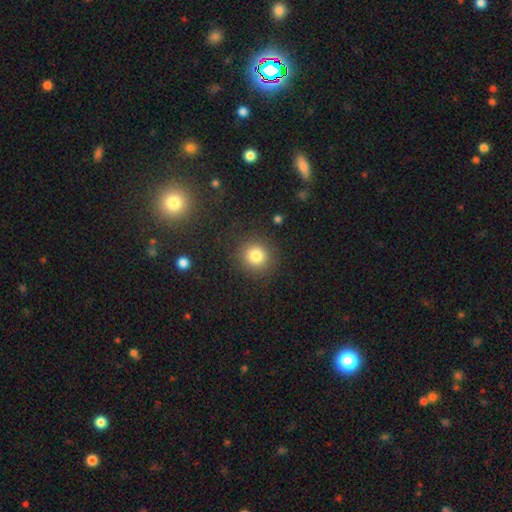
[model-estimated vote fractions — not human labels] A smooth galaxy with no disk features (81%) that is round (92%). Merging: none (88%).